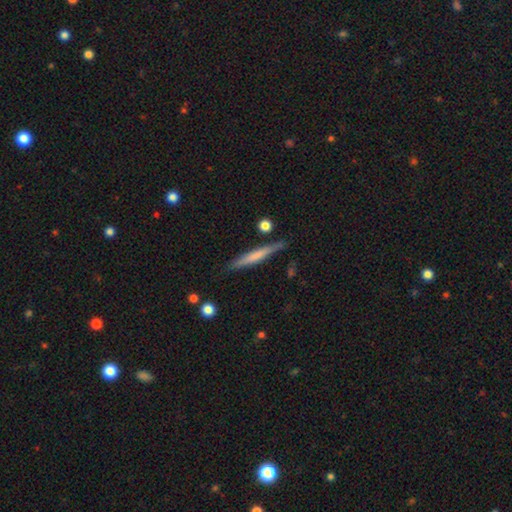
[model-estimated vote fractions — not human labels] This appears to be a smooth galaxy with no disk features (57%) that is cigar-shaped (94%). Merging: none (84%).